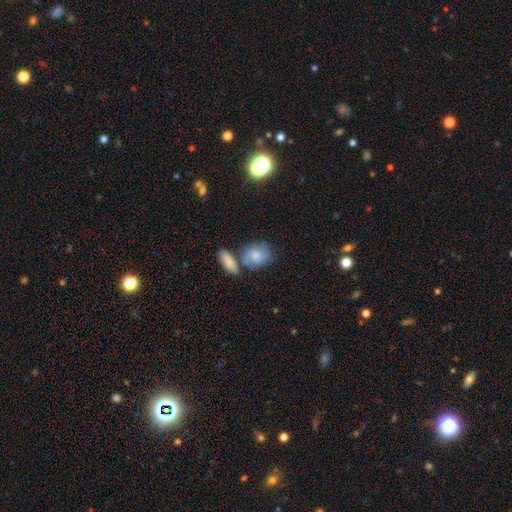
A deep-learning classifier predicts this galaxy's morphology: Smooth or featured?
  - smooth: 68% *
  - featured or disk: 25%
  - star or artifact: 8%
How rounded?
  - in between: 51% *
  - round: 46%
  - cigar-shaped: 2%
Merging?
  - none: 49% *
  - merger: 25%
  - minor disturbance: 18%
  - major disturbance: 7%